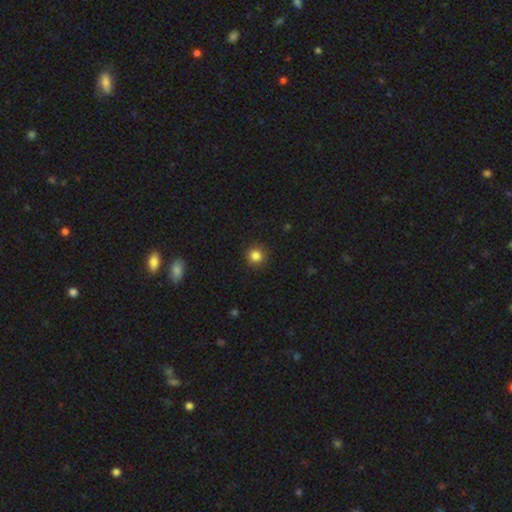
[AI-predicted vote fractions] Smooth or featured?
  - smooth: 84% *
  - star or artifact: 11%
  - featured or disk: 5%
How rounded?
  - round: 94% *
  - in between: 6%
  - cigar-shaped: 1%
Merging?
  - none: 91% *
  - minor disturbance: 6%
  - major disturbance: 2%
  - merger: 1%